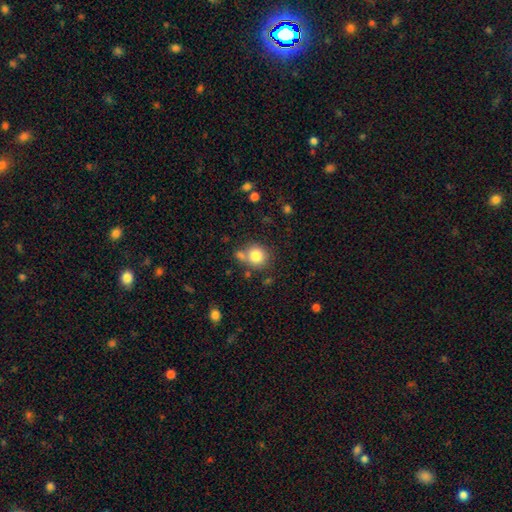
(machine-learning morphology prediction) Q: Smooth or featured?
A: smooth (81%); runner-up: star or artifact (10%)
Q: How rounded?
A: round (87%); runner-up: in between (12%)
Q: Merging?
A: none (63%); runner-up: merger (20%)